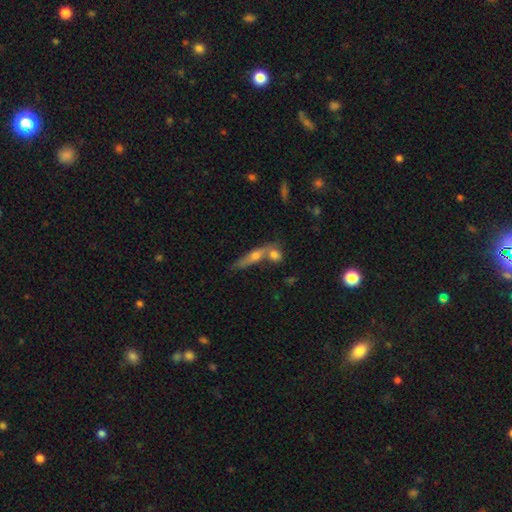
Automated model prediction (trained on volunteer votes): Overall: featured or disk (47%; smooth 44%). Merging: none (50%; merger 34%).